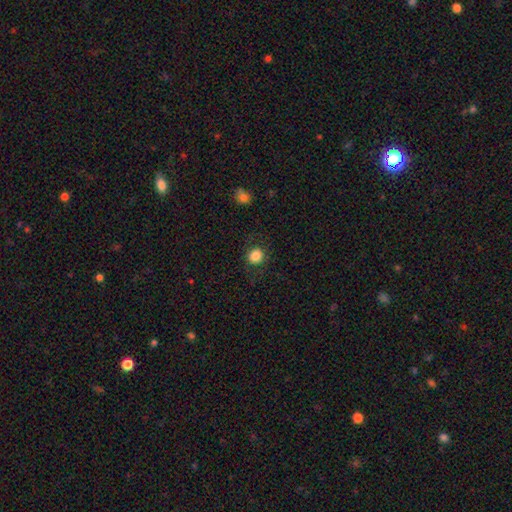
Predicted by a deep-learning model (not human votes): This is clearly a smooth galaxy (84%). How rounded: clearly round (88%). Merging: clearly none (87%).